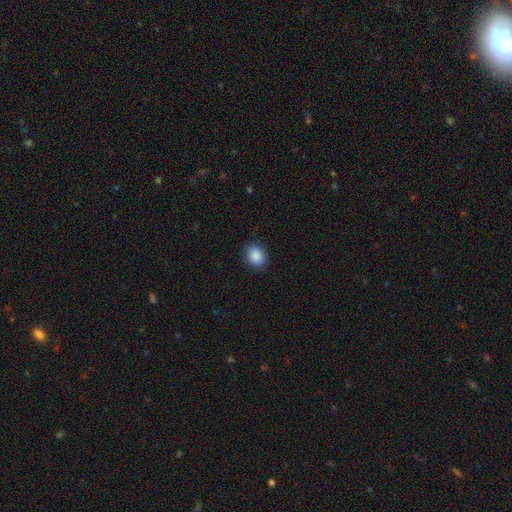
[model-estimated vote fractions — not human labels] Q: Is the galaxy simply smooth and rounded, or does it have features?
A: smooth — 88%.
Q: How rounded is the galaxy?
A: round — 53%.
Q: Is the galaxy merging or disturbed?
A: none — 88%.